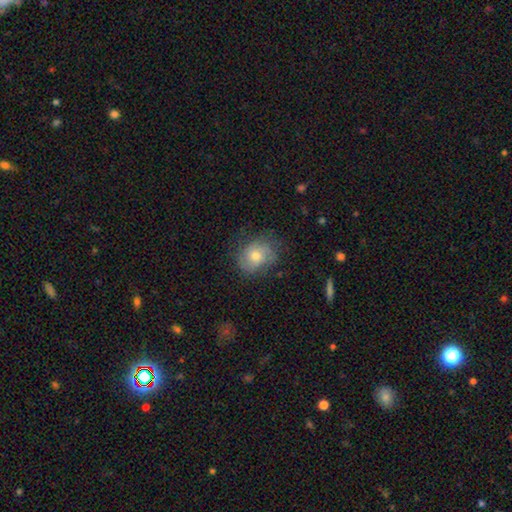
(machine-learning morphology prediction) This appears to be a smooth galaxy with no disk features (54%) that is round (53%). Merging: none (67%).